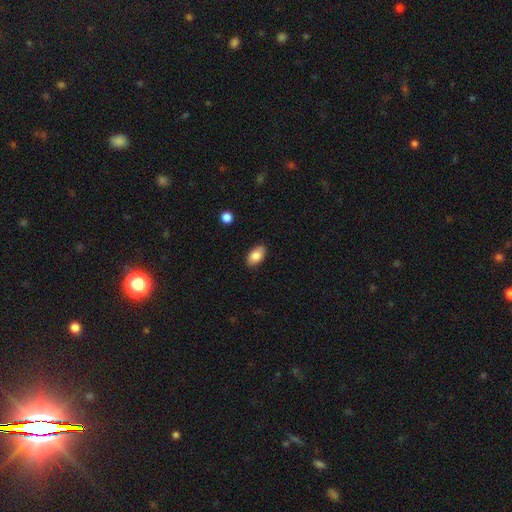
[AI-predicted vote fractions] Smooth or featured? Predicted: smooth (p=0.84). How rounded? Predicted: in between (p=0.93). Merging? Predicted: none (p=0.87).